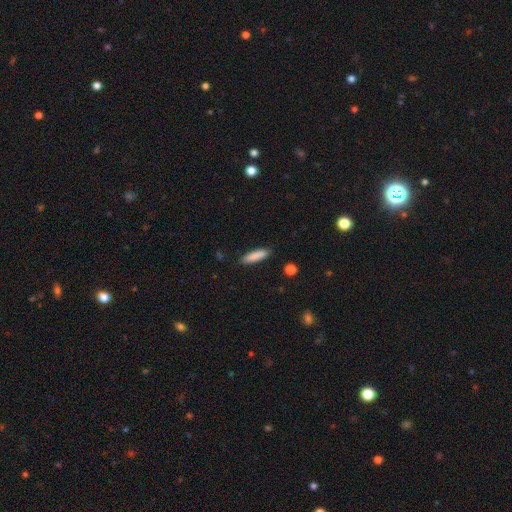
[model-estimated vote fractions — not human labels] Smooth or featured?
  - smooth: 86% *
  - featured or disk: 7%
  - star or artifact: 6%
How rounded?
  - cigar-shaped: 72% *
  - in between: 27%
  - round: 1%
Merging?
  - none: 88% *
  - minor disturbance: 9%
  - major disturbance: 2%
  - merger: 1%